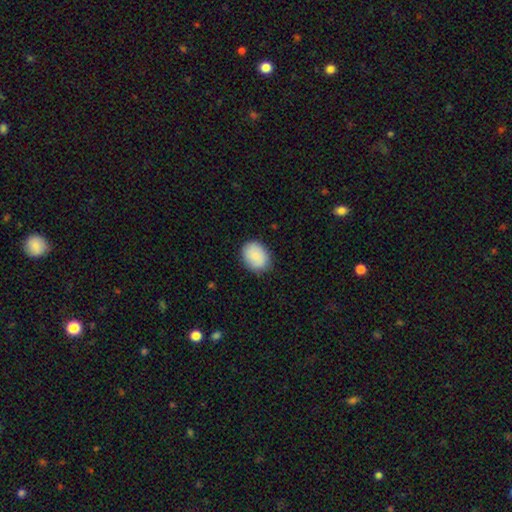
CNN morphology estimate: Smooth or featured? smooth (85%)
How rounded? in between (62%)
Merging? none (84%)